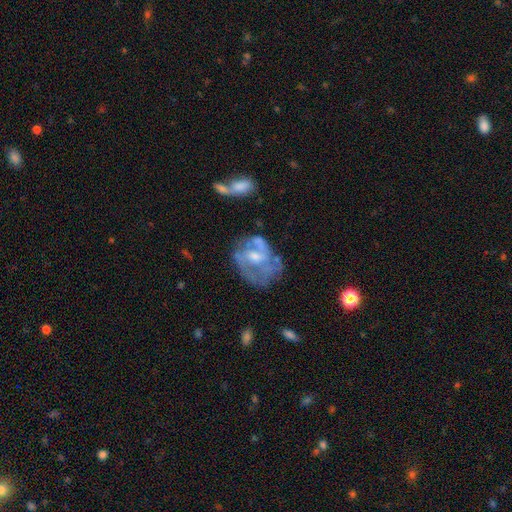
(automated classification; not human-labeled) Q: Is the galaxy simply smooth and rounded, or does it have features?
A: featured or disk — 68%.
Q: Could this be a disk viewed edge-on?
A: no — 97%.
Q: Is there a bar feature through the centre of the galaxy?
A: no — 55%.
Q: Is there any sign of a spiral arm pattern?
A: yes — 55%.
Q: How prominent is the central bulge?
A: moderate — 50%.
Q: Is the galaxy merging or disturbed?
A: none — 40%.